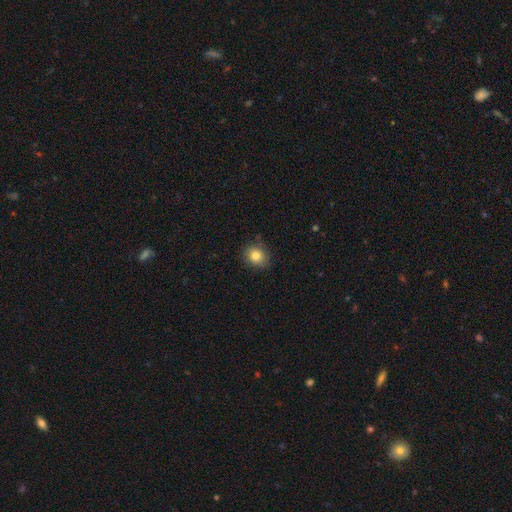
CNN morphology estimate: smooth 81%, star or artifact 10%, featured or disk 8%. Down the decision tree: how rounded — round (64%); merging — none (80%).